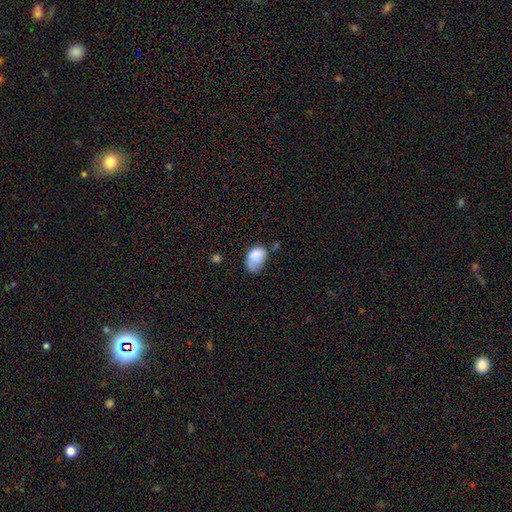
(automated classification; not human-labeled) This appears to be a smooth galaxy with no disk features (80%) that is in between round and cigar-shaped (85%). Merging: minor disturbance (37%).